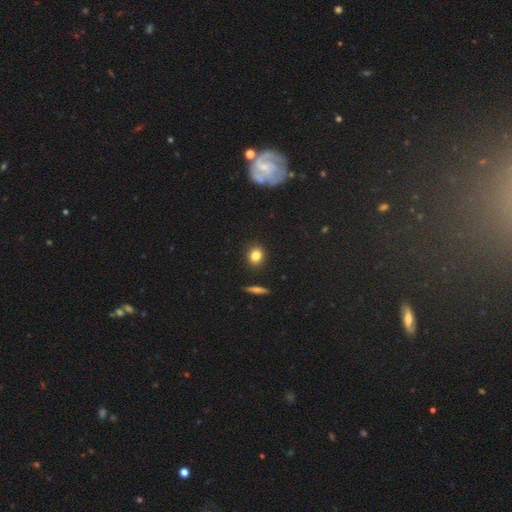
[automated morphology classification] A smooth galaxy with no disk features (81%) that is round (74%).

Vote fractions:
- Smooth or featured? smooth: 81% / star or artifact: 11% / featured or disk: 8%
- How rounded? round: 74% / in between: 24% / cigar-shaped: 2%
- Merging? none: 90% / minor disturbance: 6% / major disturbance: 2% / merger: 2%